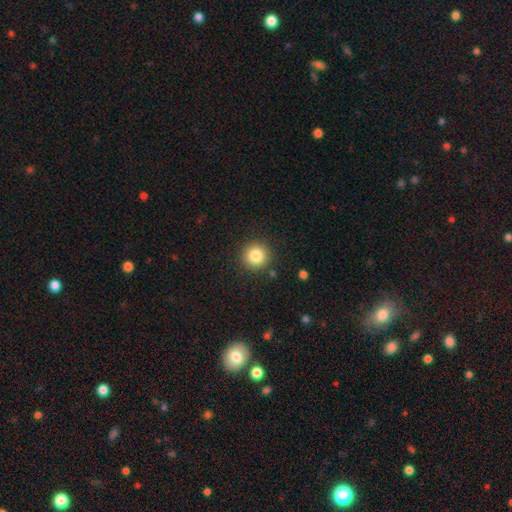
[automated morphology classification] The model was most divided on "smooth or featured": smooth: 84%, star or artifact: 10%, featured or disk: 6%. More confident: how rounded — round (95%); merging — none (89%).